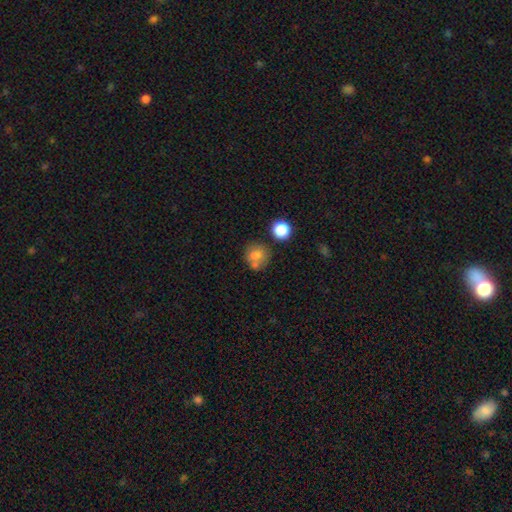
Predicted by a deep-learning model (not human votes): A smooth galaxy with no disk features (73%) that is round (79%). Merging: none (54%).